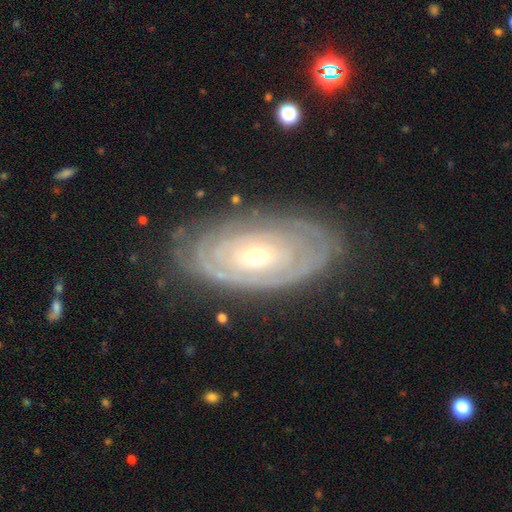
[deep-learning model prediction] featured or disk 81%, smooth 14%, star or artifact 6%. Down the decision tree: edge-on disk — no (92%); bar — no (78%); spiral arms — yes (80%); spiral arm count — can't tell (55%); spiral winding — tight (85%); bulge size — small (60%); merging — none (79%).